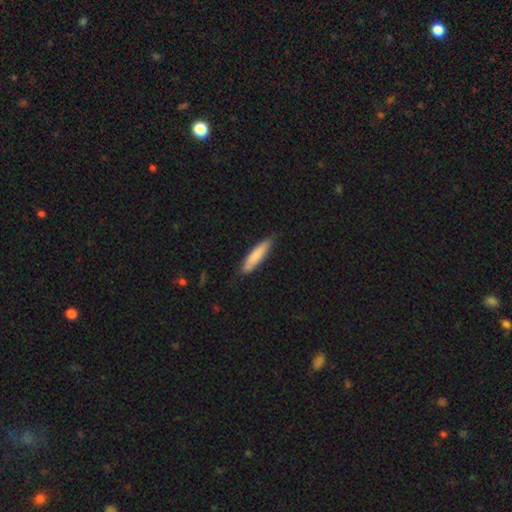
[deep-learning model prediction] Smooth or featured: smooth — 80% (featured or disk — 15%)
How rounded: cigar-shaped — 82% (in between — 17%)
Merging: none — 81% (minor disturbance — 16%)